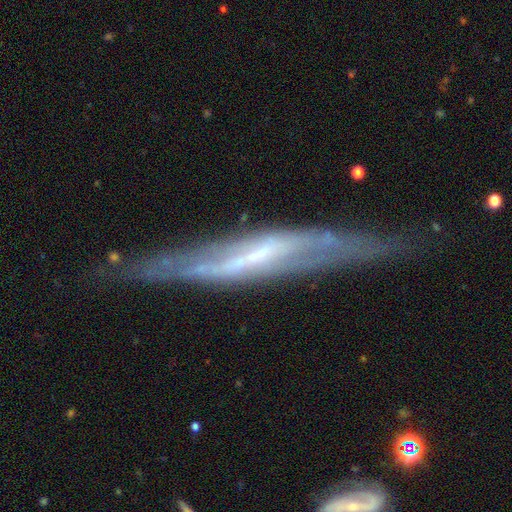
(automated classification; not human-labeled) Smooth or featured? Predicted: featured or disk (p=0.79). Edge-on disk? Predicted: yes (p=0.72). Edge-on bulge? Predicted: none (p=0.57). Merging? Predicted: none (p=0.71).